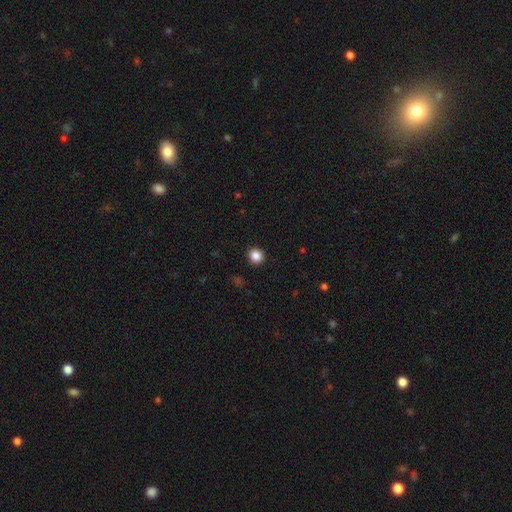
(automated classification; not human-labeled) Morphology: type=smooth (86%); roundness=round (87%); merging=none (92%).